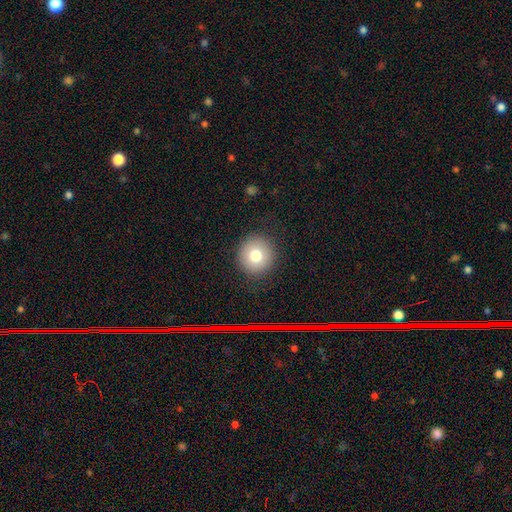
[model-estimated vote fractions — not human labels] smooth_or_featured: smooth (p=0.76) [alt: featured or disk p=0.13]
how_rounded: round (p=0.92) [alt: in between p=0.07]
merging: none (p=0.89) [alt: minor disturbance p=0.07]